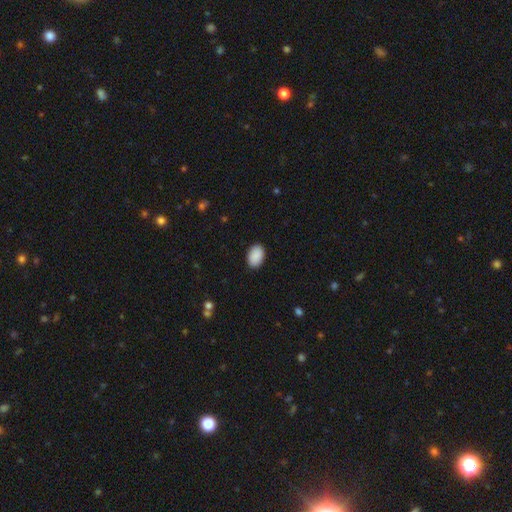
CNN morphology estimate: The model was most divided on "how rounded": in between: 87%, round: 12%, cigar-shaped: 1%. More confident: smooth or featured — smooth (91%); merging — none (89%).